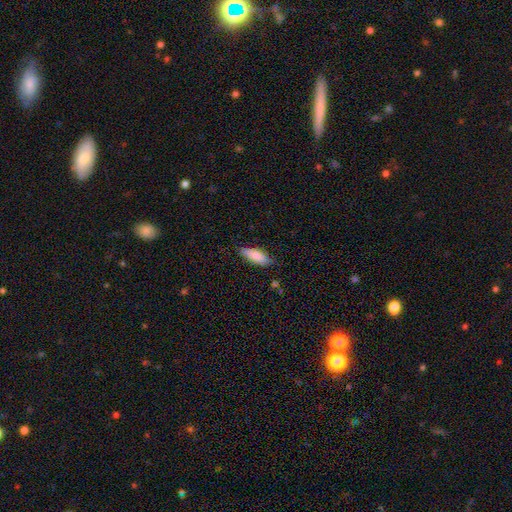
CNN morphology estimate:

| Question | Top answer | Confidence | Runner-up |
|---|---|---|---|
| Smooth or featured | smooth | 85% | featured or disk (9%) |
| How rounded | in between | 64% | cigar-shaped (34%) |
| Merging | none | 79% | minor disturbance (17%) |